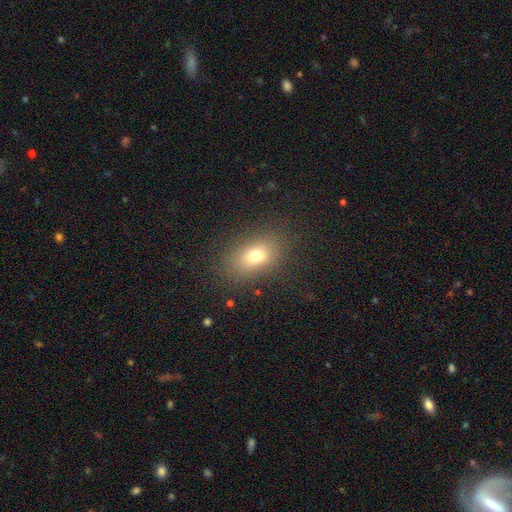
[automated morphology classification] This appears to be a smooth galaxy with no disk features (75%) that is in between round and cigar-shaped (80%). Merging: none (84%).